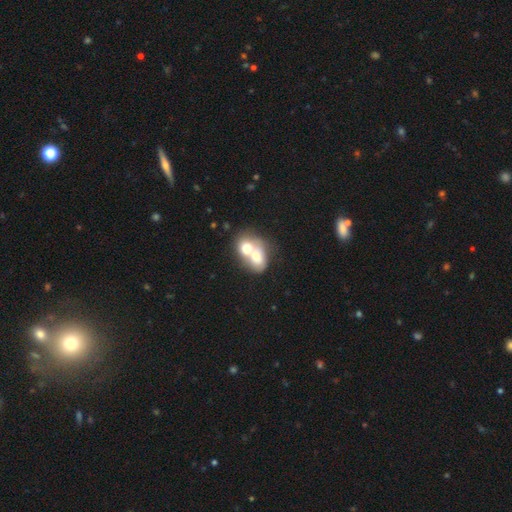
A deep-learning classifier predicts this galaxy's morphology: This is likely a smooth galaxy (65%). How rounded: likely in between (60%). Merging: likely merger (78%).